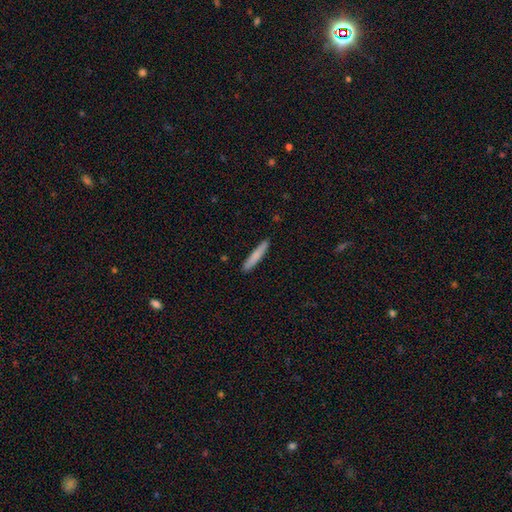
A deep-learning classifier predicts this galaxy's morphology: smooth 78%, featured or disk 16%, star or artifact 5%. Down the decision tree: how rounded — cigar-shaped (93%); merging — none (89%).